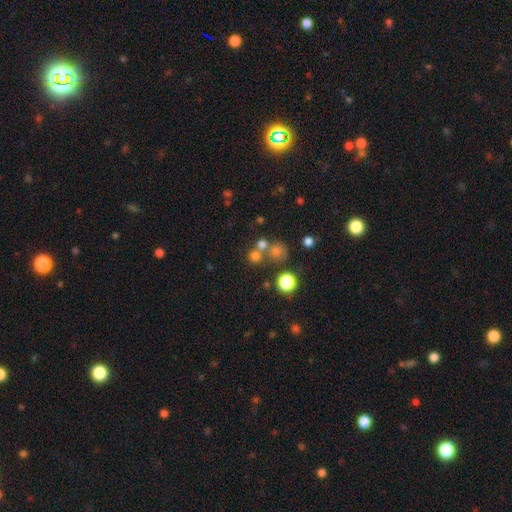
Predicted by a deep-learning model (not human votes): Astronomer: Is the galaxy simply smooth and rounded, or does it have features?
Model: smooth — 69%.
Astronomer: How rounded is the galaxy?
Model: round — 88%.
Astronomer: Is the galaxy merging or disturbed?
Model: none — 59%.